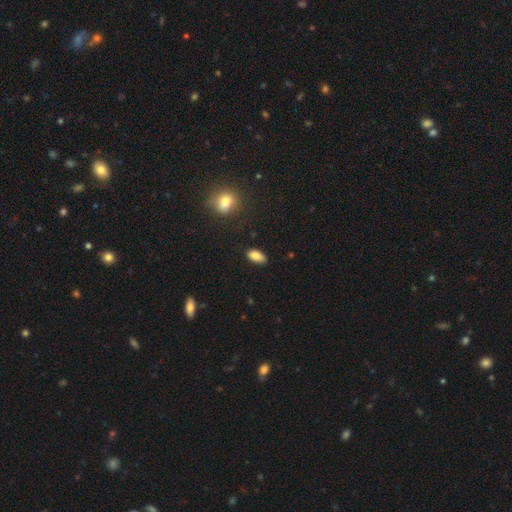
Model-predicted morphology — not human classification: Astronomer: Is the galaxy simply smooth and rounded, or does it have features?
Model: smooth — 86%.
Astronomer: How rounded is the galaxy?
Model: in between — 91%.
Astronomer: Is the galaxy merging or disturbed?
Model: none — 79%.